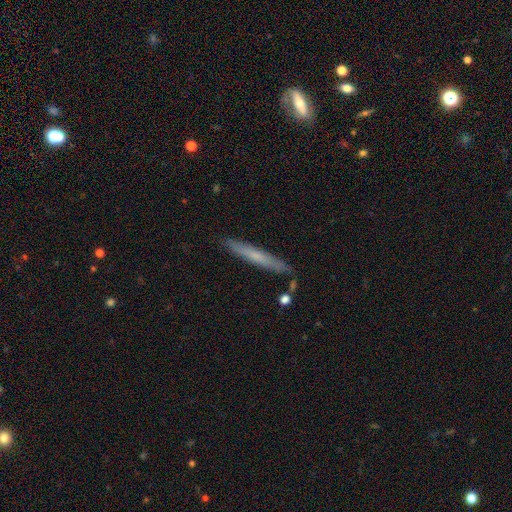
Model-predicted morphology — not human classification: smooth_or_featured: smooth (p=0.56) [alt: featured or disk p=0.38]
how_rounded: cigar-shaped (p=0.96) [alt: in between p=0.03]
merging: none (p=0.87) [alt: minor disturbance p=0.09]